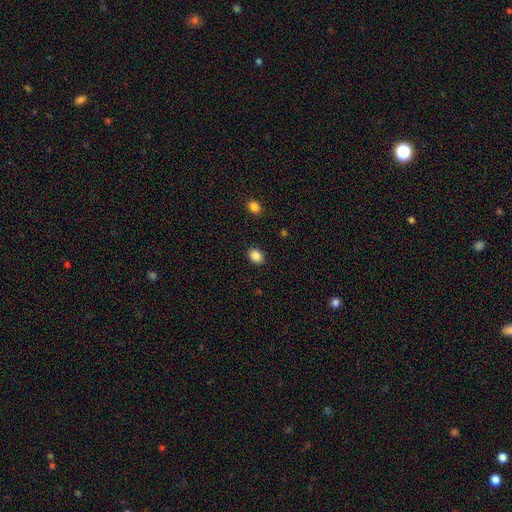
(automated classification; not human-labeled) A smooth galaxy with no disk features (87%) that is in between round and cigar-shaped (65%).

Vote fractions:
- Smooth or featured? smooth: 87% / star or artifact: 9% / featured or disk: 4%
- How rounded? in between: 65% / round: 34% / cigar-shaped: 1%
- Merging? none: 87% / minor disturbance: 9% / major disturbance: 3% / merger: 1%